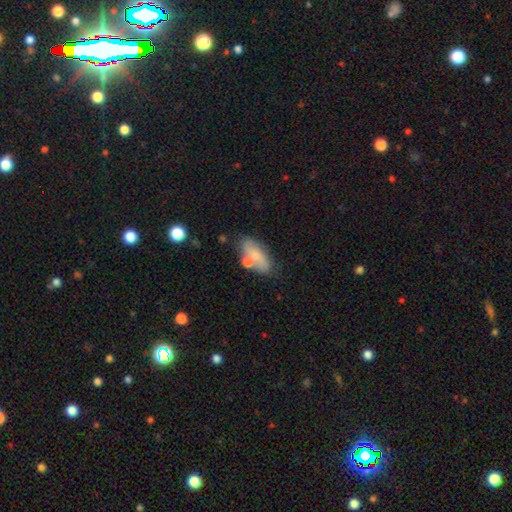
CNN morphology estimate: A smooth galaxy with no disk features (72%) that is in between round and cigar-shaped (83%).

Vote fractions:
- Smooth or featured? smooth: 72% / featured or disk: 21% / star or artifact: 8%
- How rounded? in between: 83% / cigar-shaped: 13% / round: 4%
- Merging? none: 62% / minor disturbance: 18% / merger: 15% / major disturbance: 5%